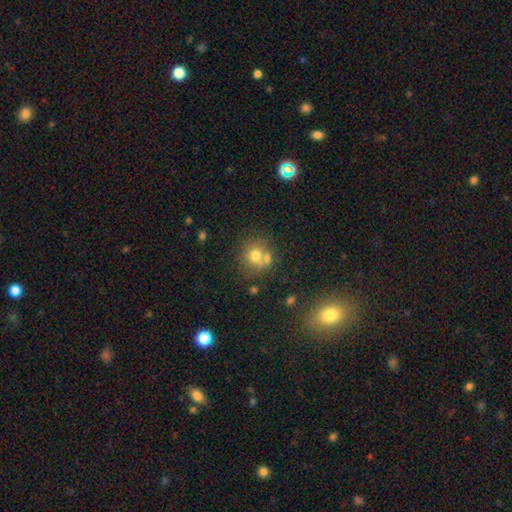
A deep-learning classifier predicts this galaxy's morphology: This appears to be a smooth galaxy with no disk features (70%) that is round (83%). Merging: none (50%).